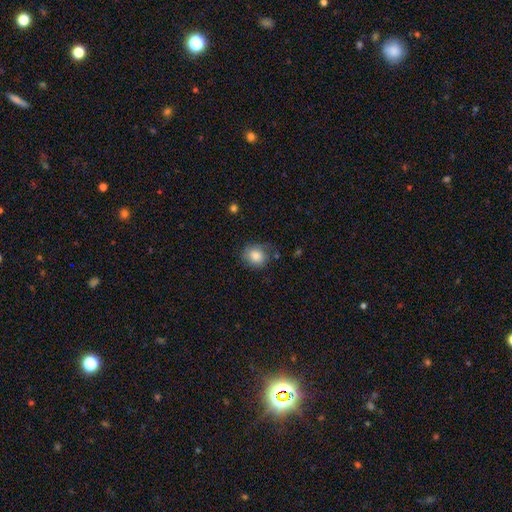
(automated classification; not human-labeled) A smooth galaxy with no disk features (83%) that is round (71%).

Vote fractions:
- Smooth or featured? smooth: 83% / featured or disk: 9% / star or artifact: 8%
- How rounded? round: 71% / in between: 28% / cigar-shaped: 1%
- Merging? none: 65% / minor disturbance: 24% / major disturbance: 8% / merger: 2%